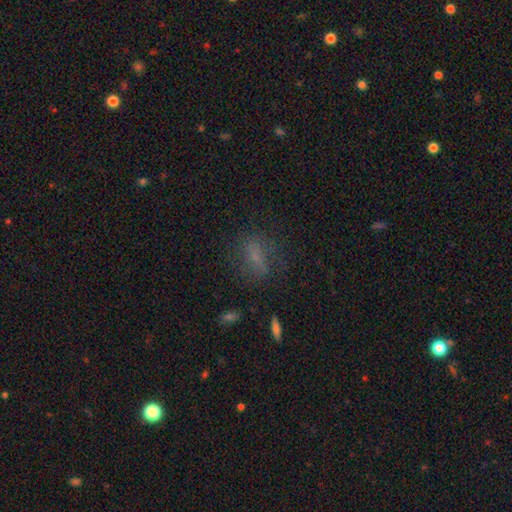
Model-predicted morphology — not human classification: Overall: smooth (58%; featured or disk 21%). How rounded: in between (61%). Merging: none (68%).